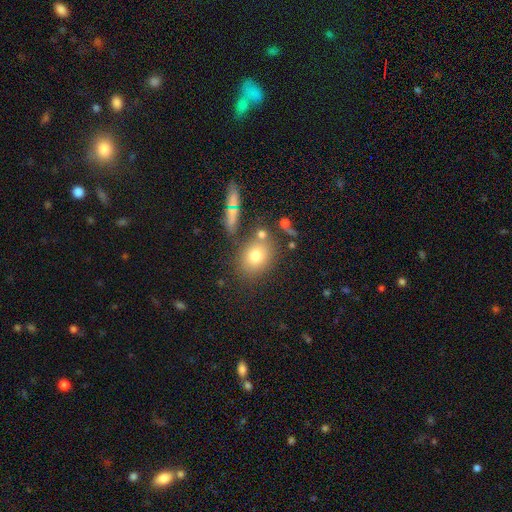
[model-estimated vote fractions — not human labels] smooth-or-featured: smooth: 74% | featured or disk: 14% | star or artifact: 12%
  how-rounded: round: 50% | in between: 48% | cigar-shaped: 2%
  merging: none: 69% | merger: 13% | minor disturbance: 13% | major disturbance: 5%